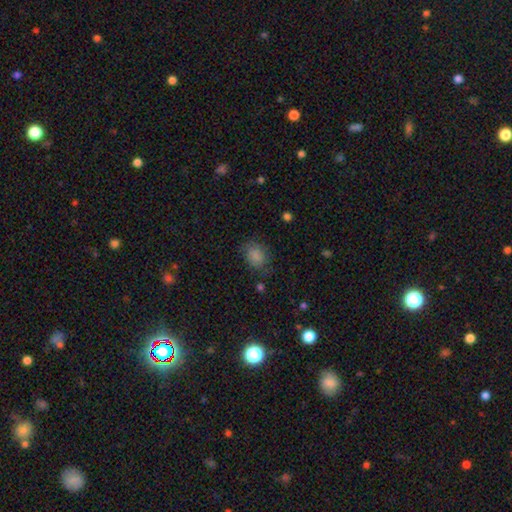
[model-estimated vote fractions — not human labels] smooth 84%, star or artifact 11%, featured or disk 6%. Down the decision tree: how rounded — in between (56%); merging — none (73%).